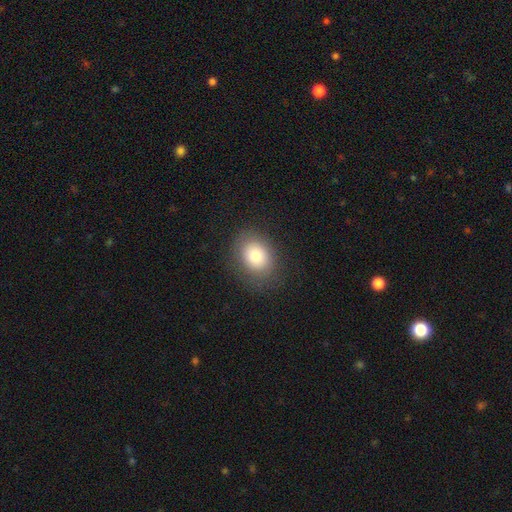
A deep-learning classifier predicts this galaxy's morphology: smooth-or-featured: smooth: 80% | featured or disk: 11% | star or artifact: 9%
  how-rounded: in between: 53% | round: 46% | cigar-shaped: 1%
  merging: none: 83% | minor disturbance: 12% | major disturbance: 5% | merger: 1%